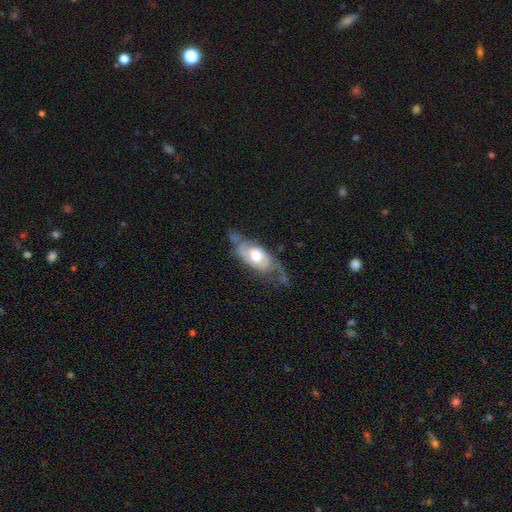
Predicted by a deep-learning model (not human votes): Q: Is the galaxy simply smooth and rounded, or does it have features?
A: featured or disk — 59%.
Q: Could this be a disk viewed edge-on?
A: no — 82%.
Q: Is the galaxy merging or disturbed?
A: none — 34%.